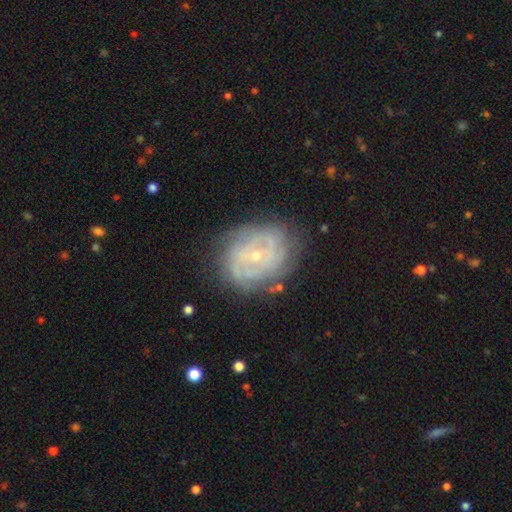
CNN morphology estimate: This appears to be a featured or disk galaxy (79%) with no bar (70%), tight (65%) spiral arms (87%) and a small central bulge (78%). Merging: none (75%).